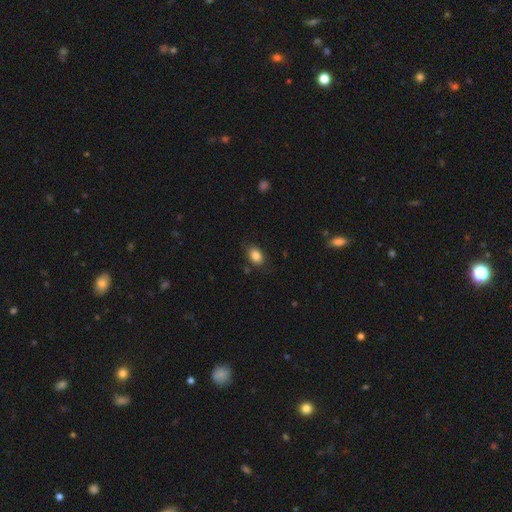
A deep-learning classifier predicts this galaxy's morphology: Smooth or featured?
  - smooth: 85% *
  - star or artifact: 9%
  - featured or disk: 6%
How rounded?
  - in between: 78% *
  - round: 21%
  - cigar-shaped: 1%
Merging?
  - none: 81% *
  - minor disturbance: 14%
  - major disturbance: 3%
  - merger: 2%